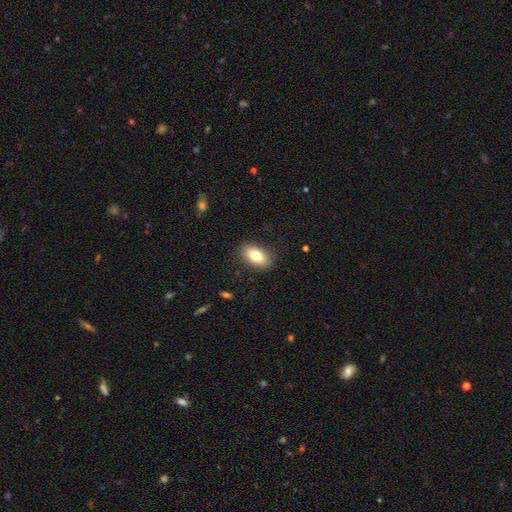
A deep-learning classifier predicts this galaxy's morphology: This is likely a smooth galaxy (79%). How rounded: clearly in between (90%). Merging: clearly none (87%).